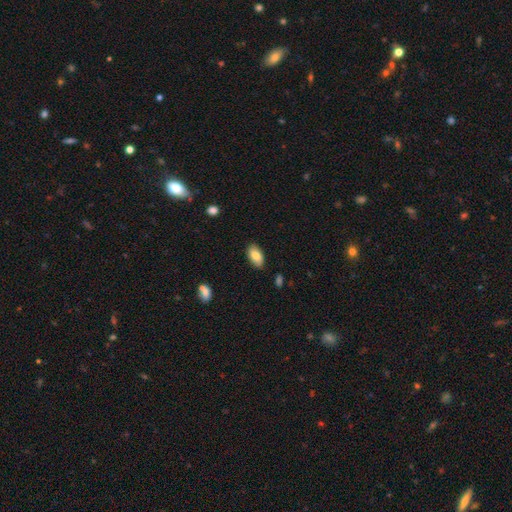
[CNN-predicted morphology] Smooth or featured: smooth — 82% (featured or disk — 11%)
How rounded: in between — 94% (round — 3%)
Merging: none — 86% (minor disturbance — 11%)